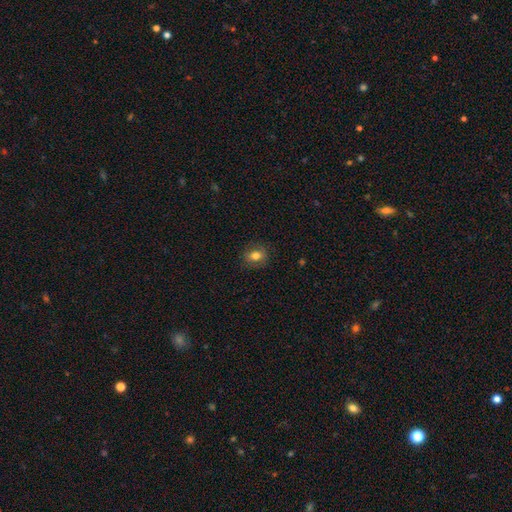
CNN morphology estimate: Q: Smooth or featured?
A: smooth (75%); runner-up: featured or disk (16%)
Q: How rounded?
A: in between (52%); runner-up: round (46%)
Q: Merging?
A: none (82%); runner-up: minor disturbance (13%)